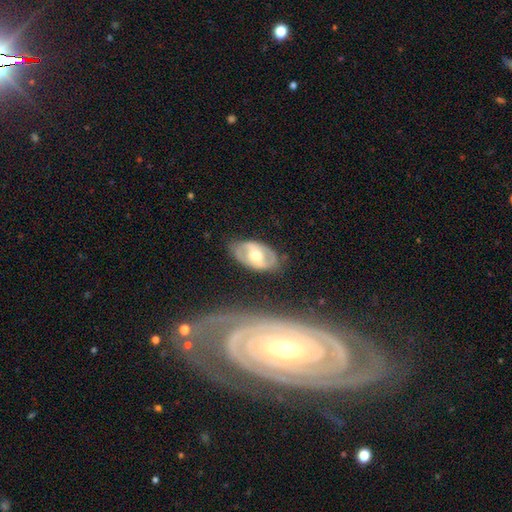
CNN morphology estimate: Smooth or featured? featured or disk (62%)
Edge-on disk? no (91%)
Bar? no (35%)
Spiral arms? no (57%)
Bulge size? moderate (71%)
Merging? none (78%)